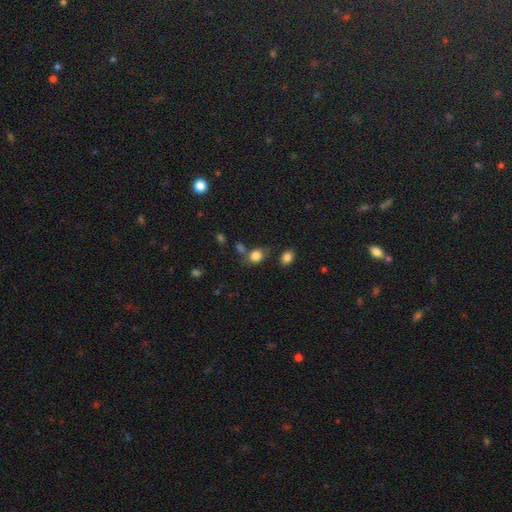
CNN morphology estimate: Smooth or featured: smooth — 82% (star or artifact — 11%)
How rounded: in between — 52% (round — 47%)
Merging: none — 59% (minor disturbance — 18%)